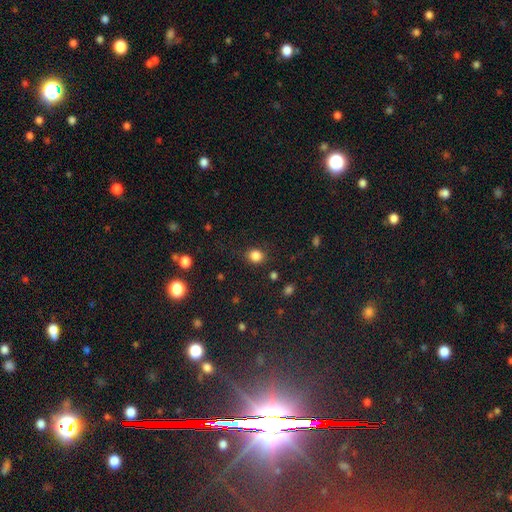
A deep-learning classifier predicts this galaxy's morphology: A smooth galaxy with no disk features (84%) that is round (72%).

Vote fractions:
- Smooth or featured? smooth: 84% / star or artifact: 12% / featured or disk: 4%
- How rounded? round: 72% / in between: 27% / cigar-shaped: 1%
- Merging? none: 83% / minor disturbance: 12% / major disturbance: 4% / merger: 2%